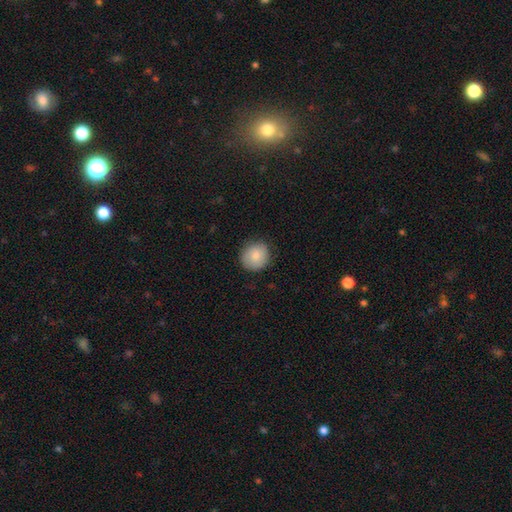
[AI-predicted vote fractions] This appears to be a smooth galaxy with no disk features (83%) that is round (87%). Merging: none (83%).